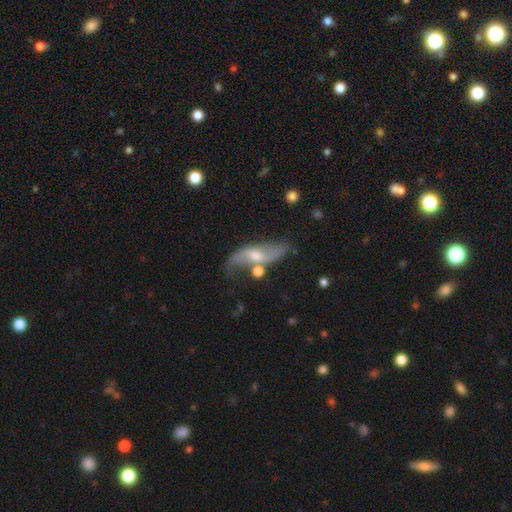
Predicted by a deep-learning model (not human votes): The model was most divided on "bulge size": moderate: 49%, small: 42%, none: 4%, large: 3%, dominant: 1%. More confident: spiral arms — yes (90%); spiral arm count — 2 (89%); edge-on disk — no (87%); spiral winding — loose (85%); smooth or featured — featured or disk (77%); merging — none (55%); bar — no (51%).